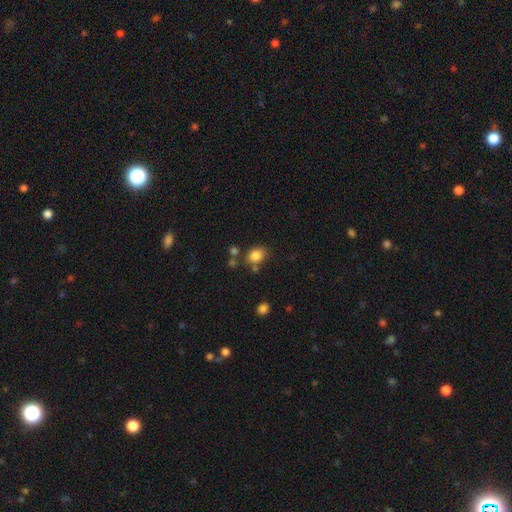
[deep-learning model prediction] smooth 83%, star or artifact 11%, featured or disk 6%. Down the decision tree: how rounded — round (54%); merging — none (67%).